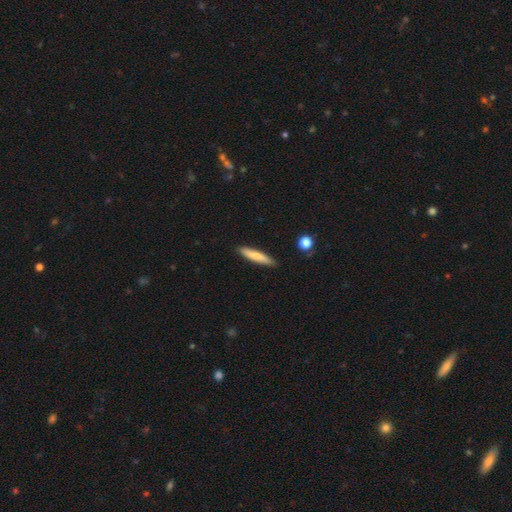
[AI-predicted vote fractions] smooth-or-featured: smooth: 78% | featured or disk: 16% | star or artifact: 6%
  how-rounded: cigar-shaped: 90% | in between: 9% | round: 1%
  merging: none: 87% | minor disturbance: 10% | major disturbance: 2% | merger: 1%